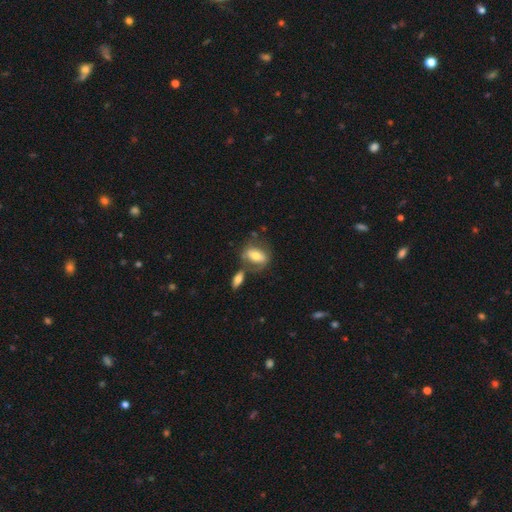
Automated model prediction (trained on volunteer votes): Q: Smooth or featured?
A: smooth (59%); runner-up: featured or disk (34%)
Q: How rounded?
A: in between (79%); runner-up: round (14%)
Q: Merging?
A: none (50%); runner-up: merger (26%)